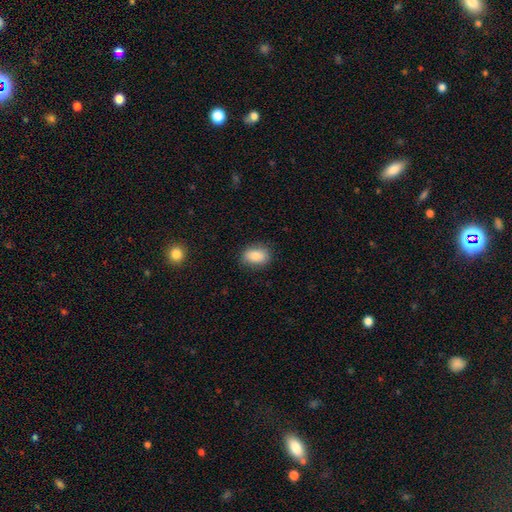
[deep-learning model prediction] smooth_or_featured: smooth (p=0.84) [alt: star or artifact p=0.08]
how_rounded: in between (p=0.81) [alt: round p=0.18]
merging: none (p=0.85) [alt: minor disturbance p=0.12]